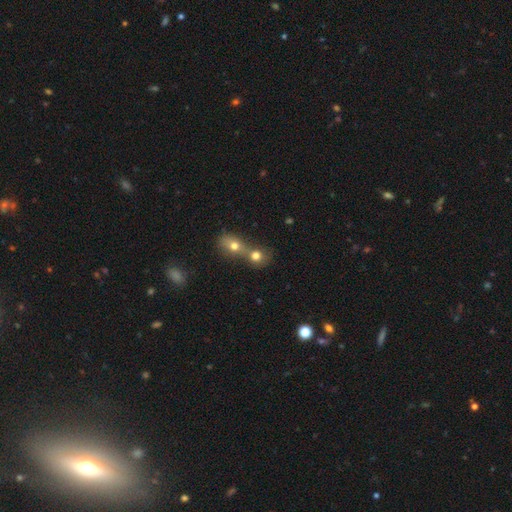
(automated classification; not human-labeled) This is likely a smooth galaxy (74%). How rounded: likely round (69%). Merging: likely merger (71%).